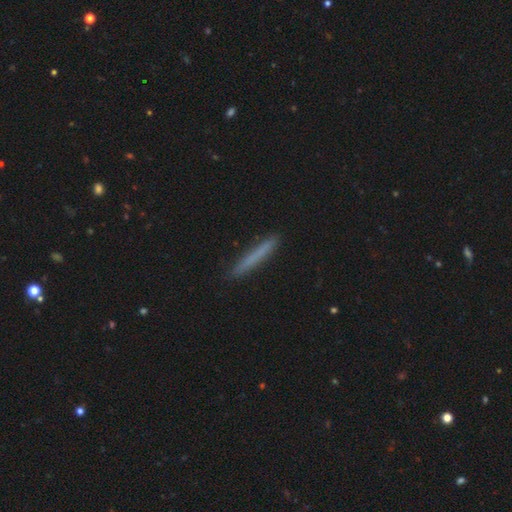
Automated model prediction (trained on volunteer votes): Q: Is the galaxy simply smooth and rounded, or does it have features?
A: smooth — 68%.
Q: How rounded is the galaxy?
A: cigar-shaped — 97%.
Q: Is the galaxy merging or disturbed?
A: none — 90%.